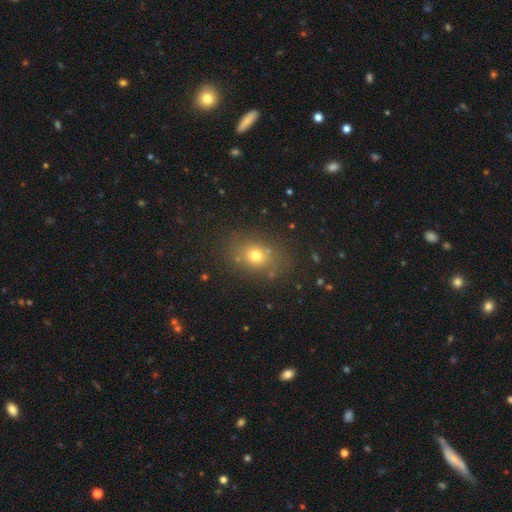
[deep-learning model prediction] Smooth or featured? smooth (70%)
How rounded? in between (50%)
Merging? none (82%)